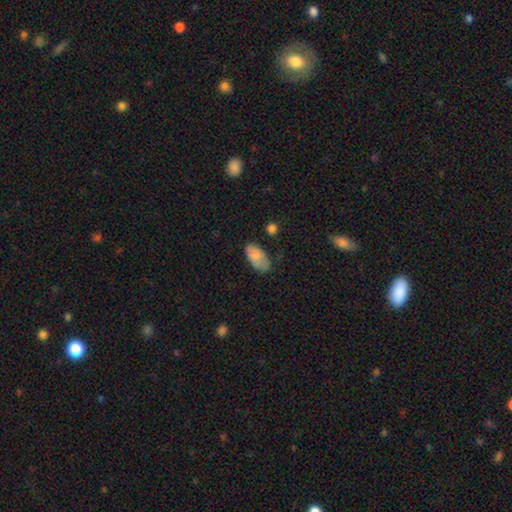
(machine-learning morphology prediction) Overall: smooth (78%). How rounded: in between (94%). Merging: none (57%; minor disturbance 32%).